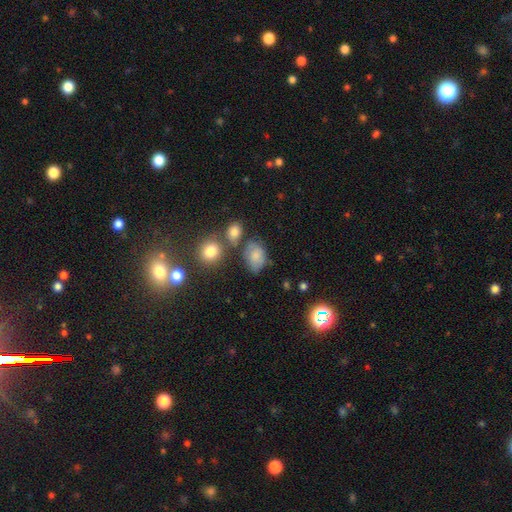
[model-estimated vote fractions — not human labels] Smooth or featured? Predicted: smooth (p=0.74). How rounded? Predicted: in between (p=0.79). Merging? Predicted: none (p=0.54).